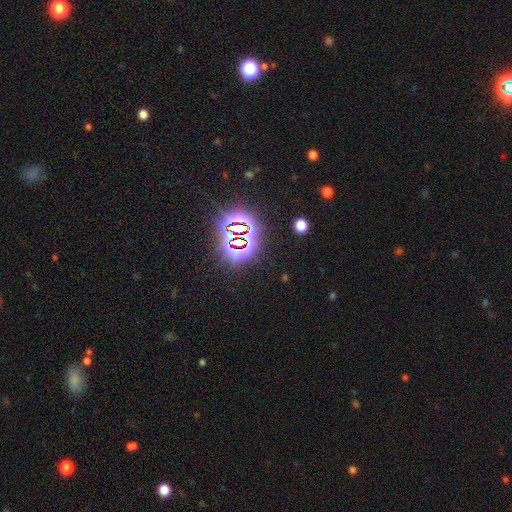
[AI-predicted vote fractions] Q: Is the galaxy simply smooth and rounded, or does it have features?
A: star or artifact — 79%.